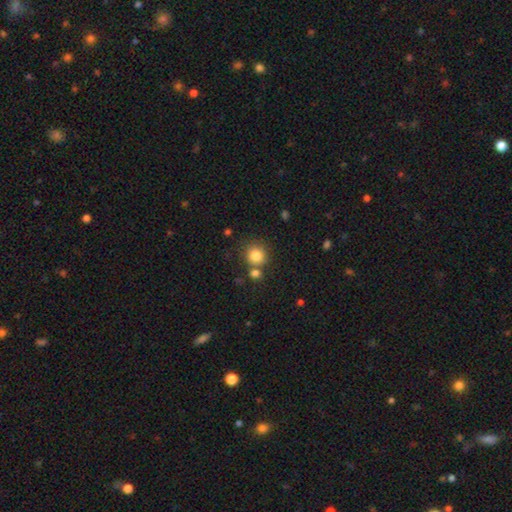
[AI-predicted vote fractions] Smooth or featured? smooth (83%)
How rounded? round (89%)
Merging? none (69%)